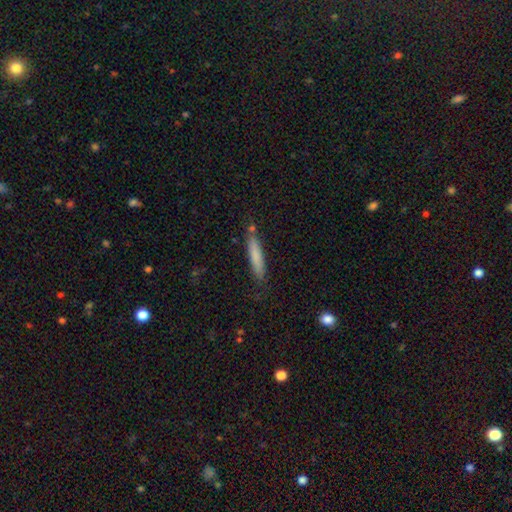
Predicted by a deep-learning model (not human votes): Smooth or featured? smooth (77%)
How rounded? cigar-shaped (91%)
Merging? none (78%)